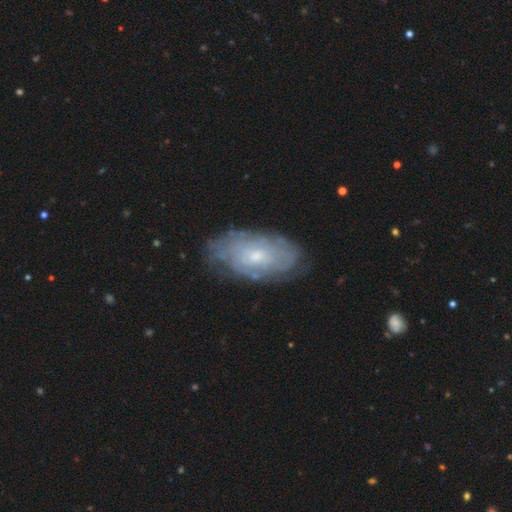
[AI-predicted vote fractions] Morphology: type=featured or disk (61%); edge-on=no (92%); bar=no (78%); spiral arms=yes (68%); bulge=small (65%); merging=none (74%).